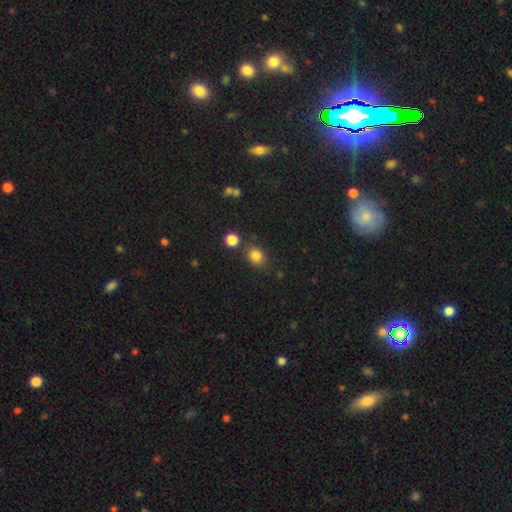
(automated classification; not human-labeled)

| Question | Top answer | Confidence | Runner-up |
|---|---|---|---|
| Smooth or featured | smooth | 81% | star or artifact (13%) |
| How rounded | round | 64% | in between (35%) |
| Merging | none | 75% | minor disturbance (12%) |